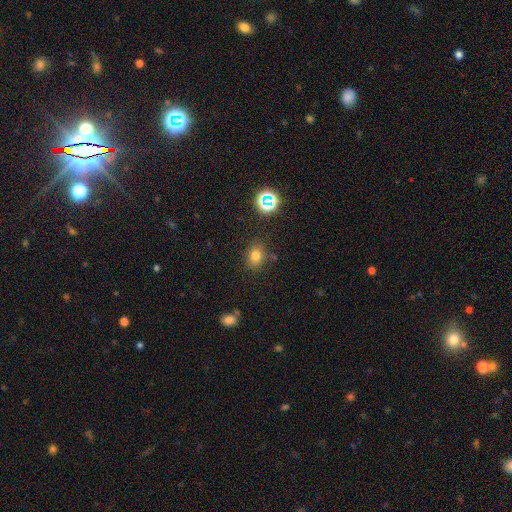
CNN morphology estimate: type=smooth (75%); roundness=in between (53%); merging=none (79%).